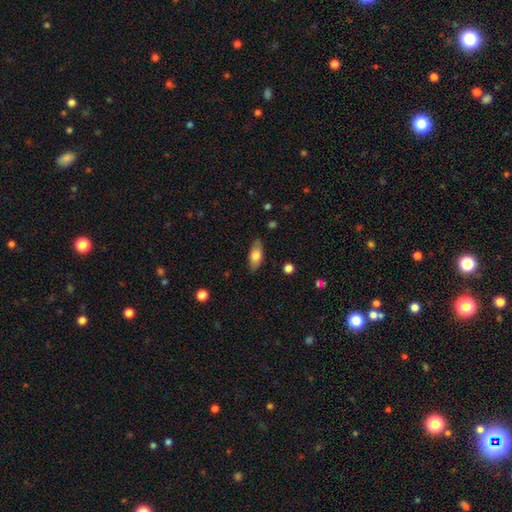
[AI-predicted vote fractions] This is likely a smooth galaxy (74%). How rounded: clearly in between (81%). Merging: clearly none (83%).